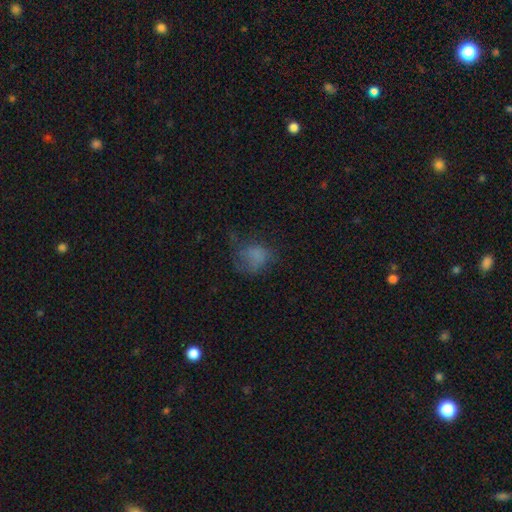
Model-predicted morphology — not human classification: Smooth or featured: smooth — 62% (featured or disk — 21%)
How rounded: round — 58% (in between — 41%)
Merging: none — 39% (major disturbance — 35%)